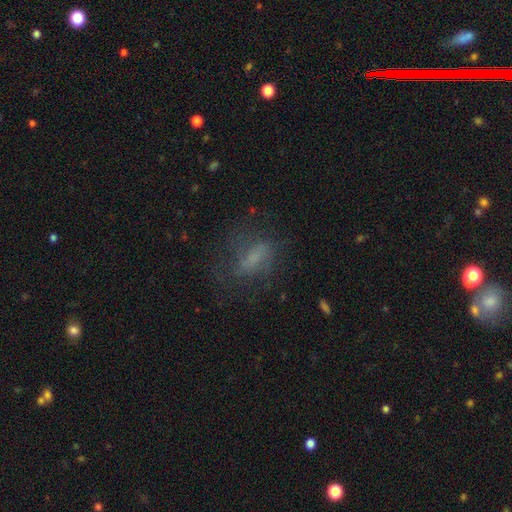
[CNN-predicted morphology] This is possibly a smooth galaxy (48%). Merging: possibly none (59%).